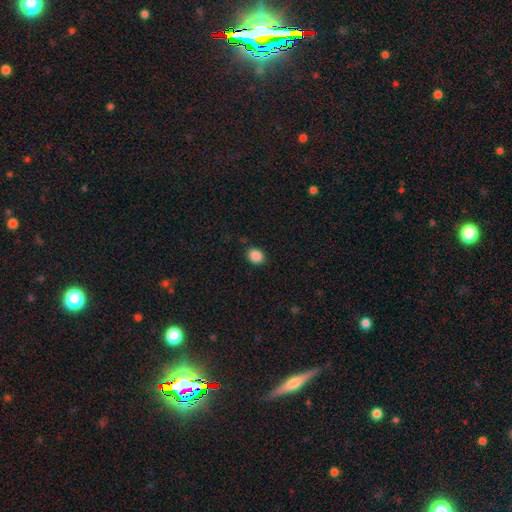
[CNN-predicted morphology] type=smooth (88%); roundness=round (56%); merging=none (88%).